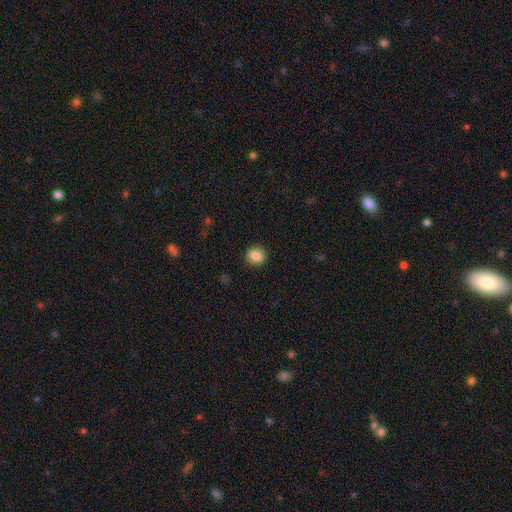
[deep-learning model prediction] Smooth or featured?
  - smooth: 86% *
  - star or artifact: 9%
  - featured or disk: 5%
How rounded?
  - round: 87% *
  - in between: 12%
  - cigar-shaped: 1%
Merging?
  - none: 90% *
  - minor disturbance: 7%
  - major disturbance: 2%
  - merger: 1%